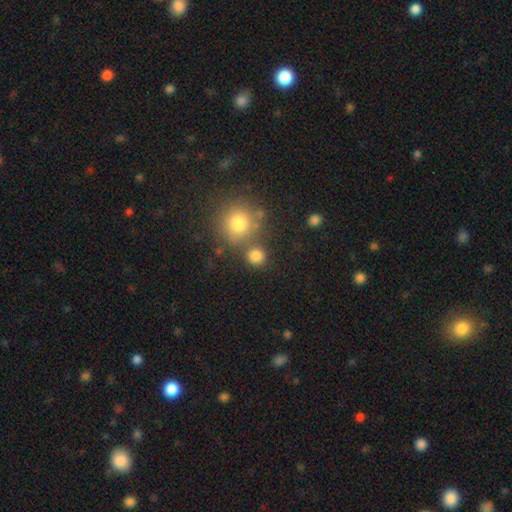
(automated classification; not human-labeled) smooth 82%, star or artifact 13%, featured or disk 6%. Down the decision tree: how rounded — round (89%); merging — none (70%).